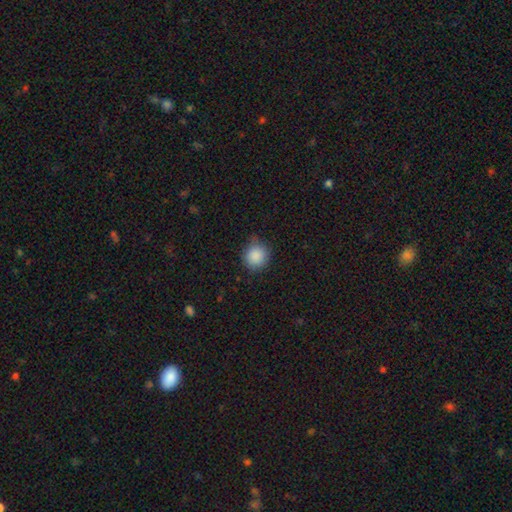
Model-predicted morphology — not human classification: This is clearly a smooth galaxy (87%). How rounded: clearly round (88%). Merging: likely none (76%).